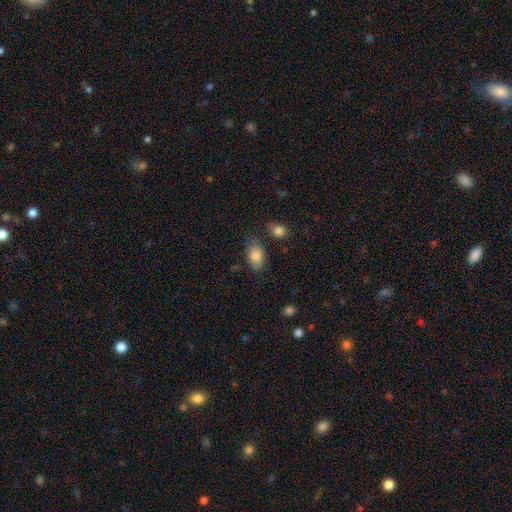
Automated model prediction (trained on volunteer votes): Morphology: type=smooth (85%); roundness=in between (91%); merging=none (69%).